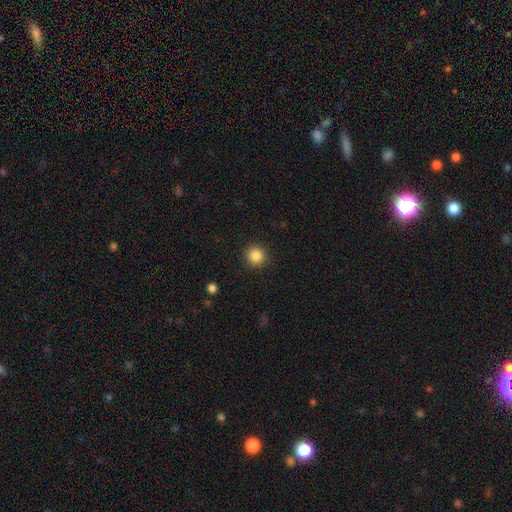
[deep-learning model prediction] smooth_or_featured: smooth (p=0.86) [alt: star or artifact p=0.10]
how_rounded: round (p=0.94) [alt: in between p=0.05]
merging: none (p=0.92) [alt: minor disturbance p=0.05]